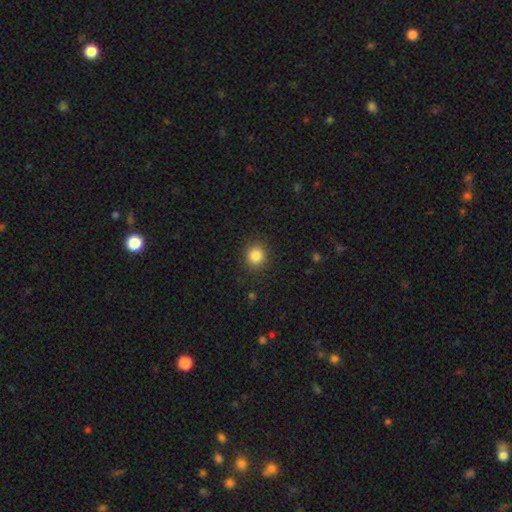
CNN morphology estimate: smooth_or_featured: smooth (p=0.85) [alt: star or artifact p=0.11]
how_rounded: round (p=0.89) [alt: in between p=0.10]
merging: none (p=0.89) [alt: minor disturbance p=0.07]